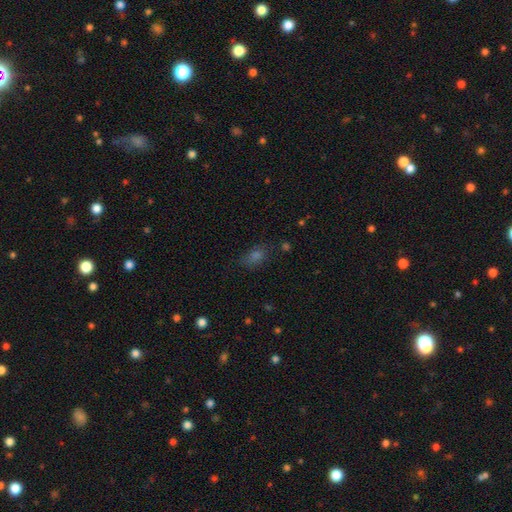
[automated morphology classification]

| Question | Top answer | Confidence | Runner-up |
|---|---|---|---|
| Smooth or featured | smooth | 63% | star or artifact (27%) |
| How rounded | in between | 76% | round (20%) |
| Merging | none | 75% | minor disturbance (16%) |